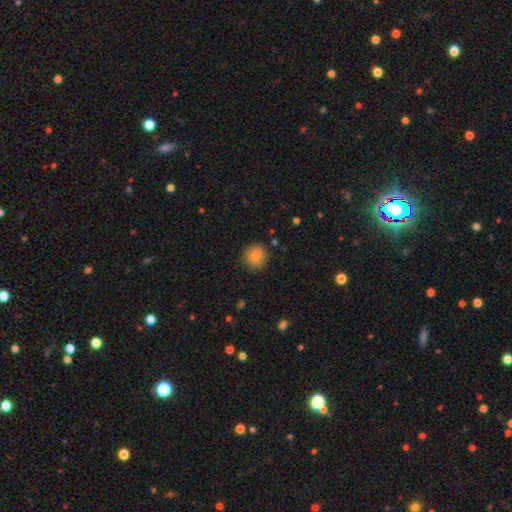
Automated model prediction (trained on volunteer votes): Overall: smooth (78%). How rounded: round (88%). Merging: none (72%).